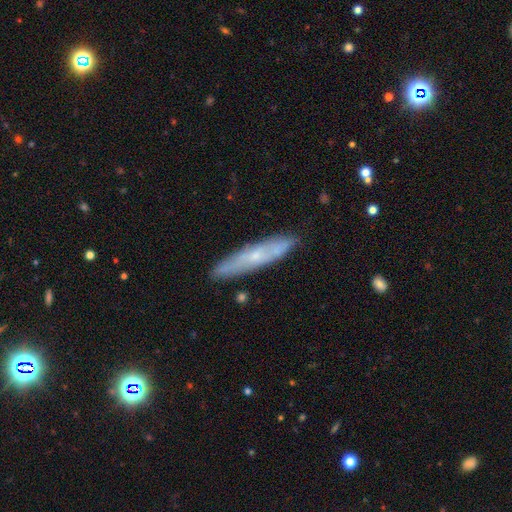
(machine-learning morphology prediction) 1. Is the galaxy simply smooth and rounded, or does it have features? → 49% featured or disk, 45% smooth, 6% star or artifact.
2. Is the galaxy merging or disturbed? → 84% none, 12% minor disturbance, 2% major disturbance, 2% merger.